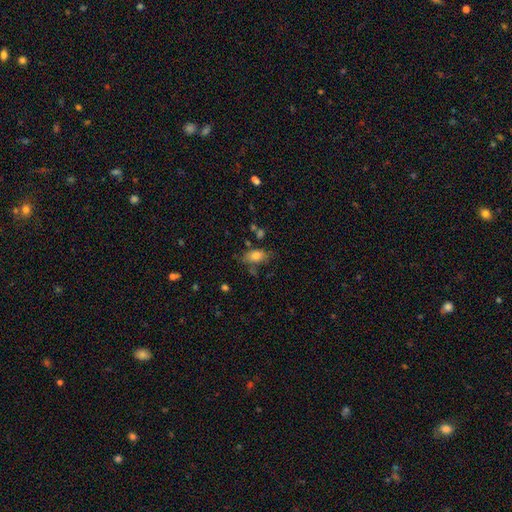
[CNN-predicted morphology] Smooth or featured? Predicted: smooth (p=0.78). How rounded? Predicted: in between (p=0.89). Merging? Predicted: none (p=0.59).